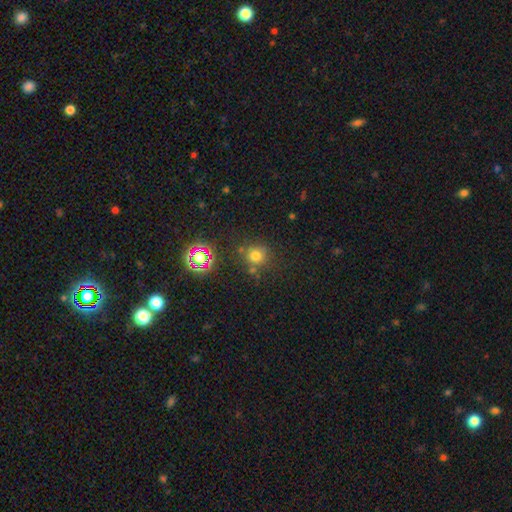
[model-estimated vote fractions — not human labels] Smooth or featured? smooth (68%)
How rounded? round (89%)
Merging? none (74%)